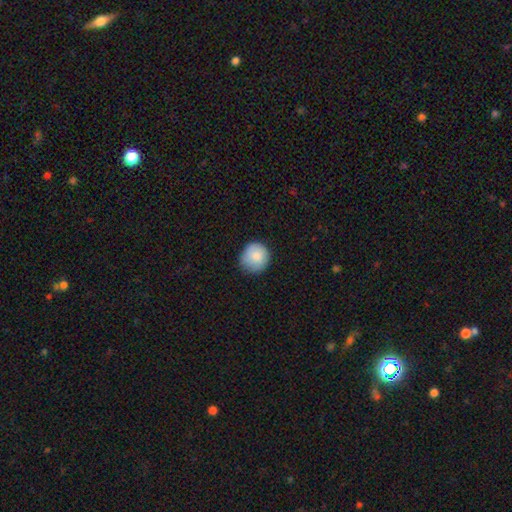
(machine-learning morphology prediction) This is clearly a smooth galaxy (85%). How rounded: clearly round (92%). Merging: clearly none (80%).